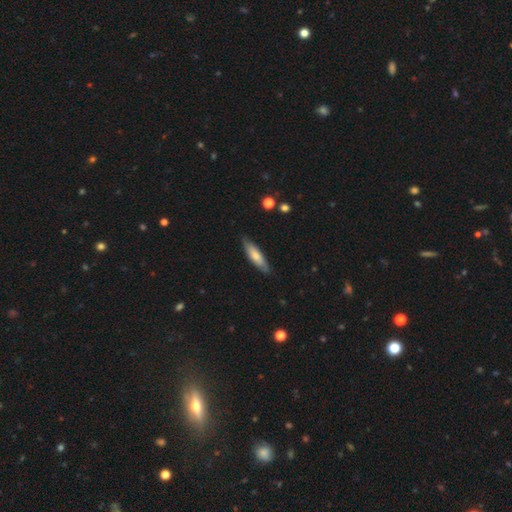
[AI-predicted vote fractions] Morphology: type=smooth (67%); roundness=cigar-shaped (66%); merging=none (82%).